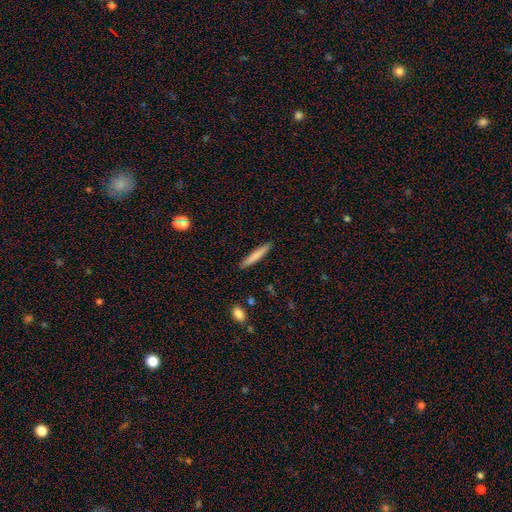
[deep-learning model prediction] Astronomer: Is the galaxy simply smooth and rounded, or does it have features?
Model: smooth — 75%.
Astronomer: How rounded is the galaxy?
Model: cigar-shaped — 94%.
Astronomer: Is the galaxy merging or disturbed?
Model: none — 90%.